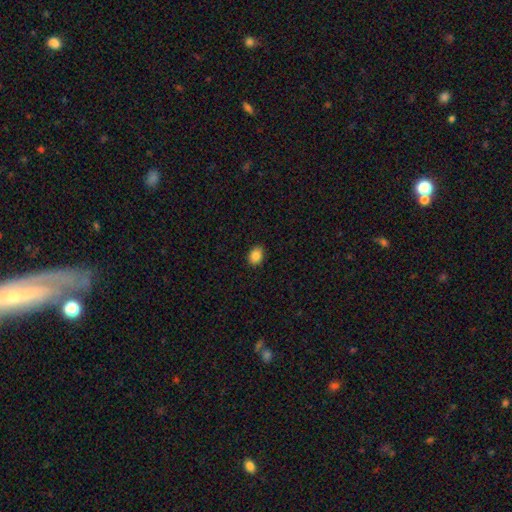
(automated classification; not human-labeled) This appears to be a smooth galaxy with no disk features (87%) that is in between round and cigar-shaped (67%). Merging: none (89%).